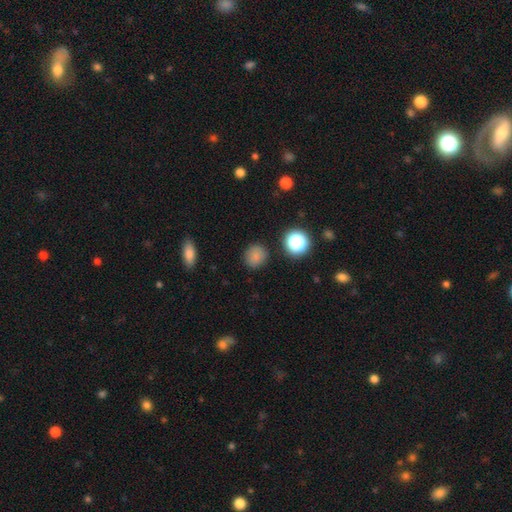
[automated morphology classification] This is clearly a smooth galaxy (81%). How rounded: clearly round (81%). Merging: clearly none (86%).